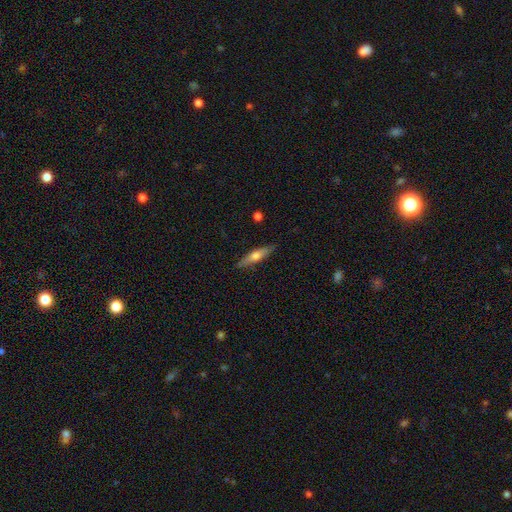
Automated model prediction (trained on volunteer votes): Q: Smooth or featured?
A: smooth (49%); runner-up: featured or disk (45%)
Q: Merging?
A: none (86%); runner-up: minor disturbance (11%)